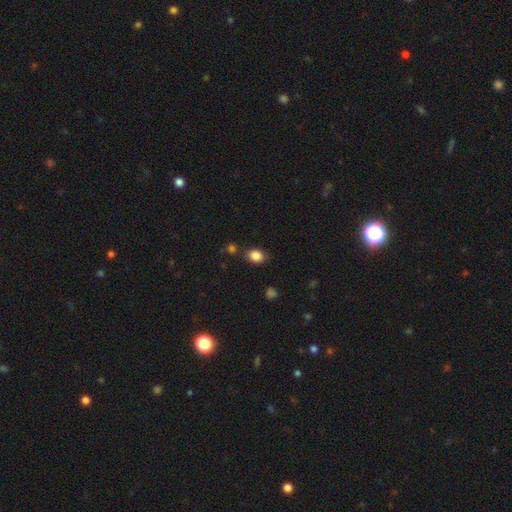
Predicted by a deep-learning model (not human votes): smooth 86%, star or artifact 10%, featured or disk 4%. Down the decision tree: how rounded — in between (57%); merging — none (77%).